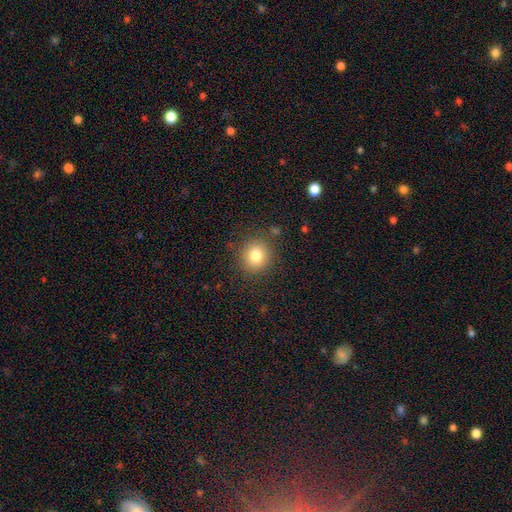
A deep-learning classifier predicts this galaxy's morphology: Smooth or featured: smooth — 81% (star or artifact — 11%)
How rounded: round — 86% (in between — 13%)
Merging: none — 86% (minor disturbance — 9%)